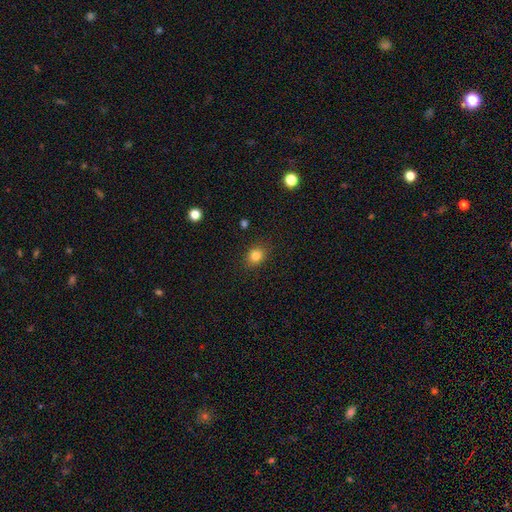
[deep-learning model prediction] A smooth galaxy with no disk features (83%) that is round (61%). Merging: none (87%).